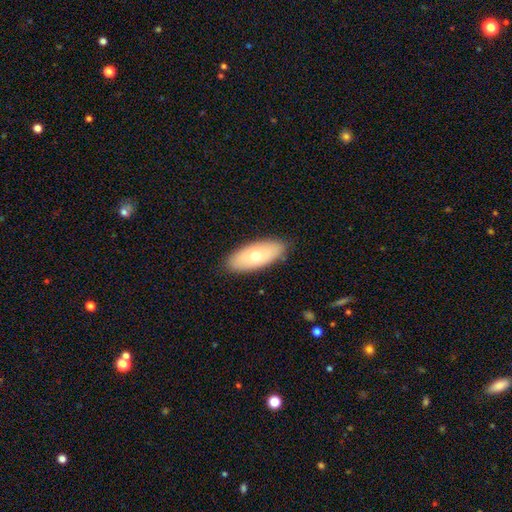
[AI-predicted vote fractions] Overall: smooth (66%; featured or disk 27%). How rounded: in between (84%). Merging: none (87%).